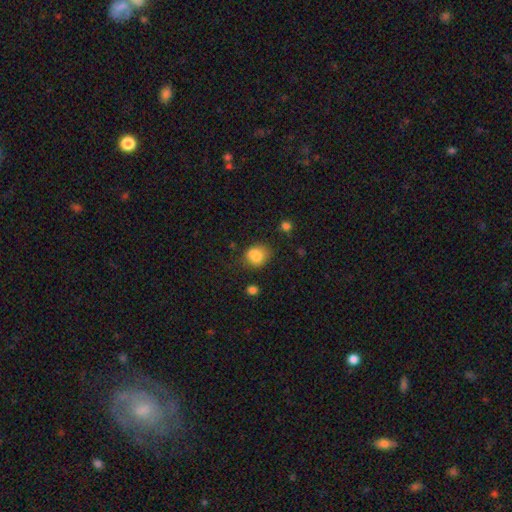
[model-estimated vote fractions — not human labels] smooth 81%, star or artifact 10%, featured or disk 9%. Down the decision tree: how rounded — round (55%); merging — none (60%).